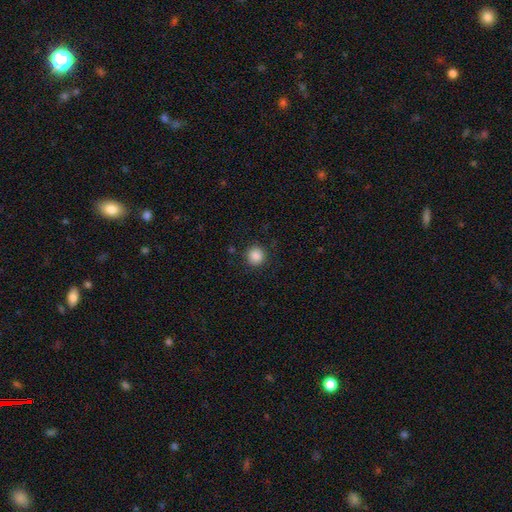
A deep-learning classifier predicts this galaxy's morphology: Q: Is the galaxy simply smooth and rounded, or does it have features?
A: smooth — 87%.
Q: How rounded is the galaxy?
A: round — 94%.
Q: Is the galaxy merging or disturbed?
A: none — 90%.